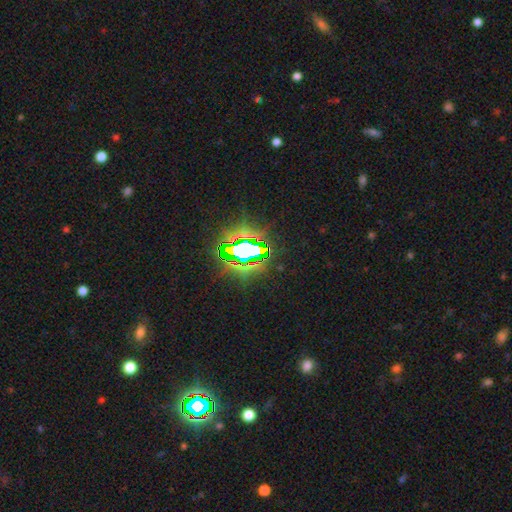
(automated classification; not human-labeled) The model was most divided on "smooth or featured": star or artifact: 79%, featured or disk: 11%, smooth: 10%.